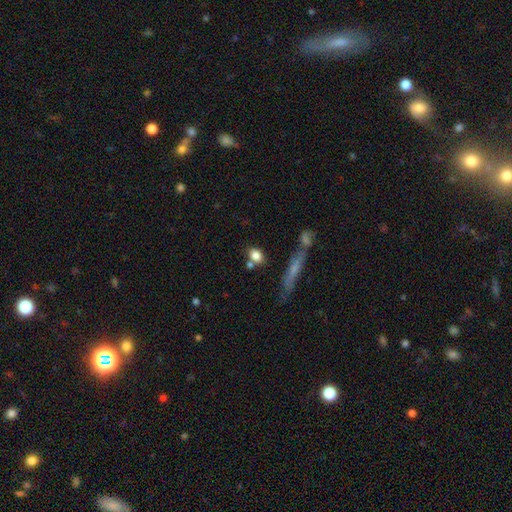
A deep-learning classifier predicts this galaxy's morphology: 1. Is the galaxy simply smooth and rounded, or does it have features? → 80% smooth, 11% featured or disk, 9% star or artifact.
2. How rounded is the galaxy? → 58% in between, 35% round, 7% cigar-shaped.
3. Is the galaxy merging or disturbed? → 62% none, 19% merger, 14% minor disturbance, 5% major disturbance.